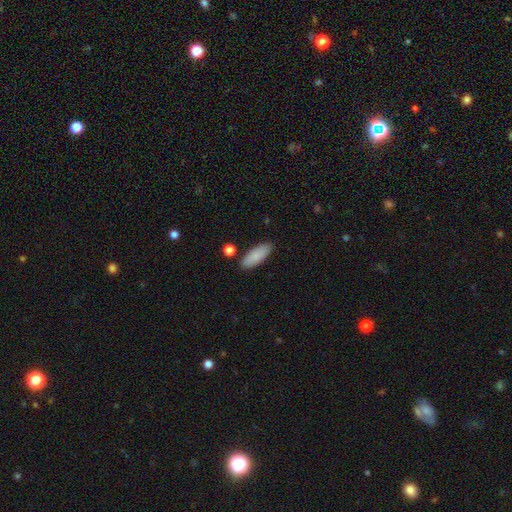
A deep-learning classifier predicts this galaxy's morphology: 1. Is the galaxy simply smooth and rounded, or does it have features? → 87% smooth, 7% featured or disk, 6% star or artifact.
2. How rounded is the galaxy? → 75% in between, 23% cigar-shaped, 2% round.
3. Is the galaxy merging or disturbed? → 85% none, 10% minor disturbance, 3% merger, 2% major disturbance.